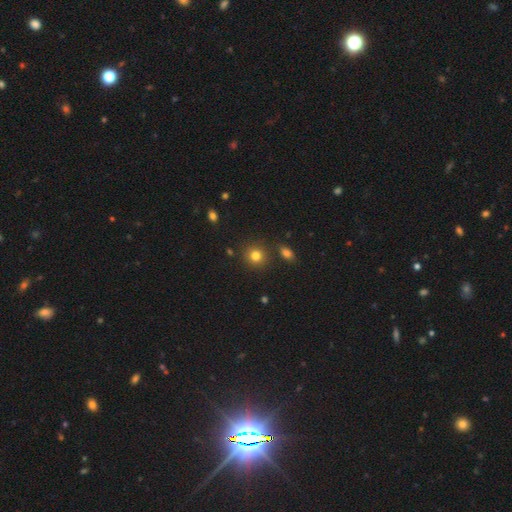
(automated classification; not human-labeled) The model was most divided on "smooth or featured": smooth: 81%, star or artifact: 13%, featured or disk: 7%. More confident: how rounded — round (89%); merging — none (85%).